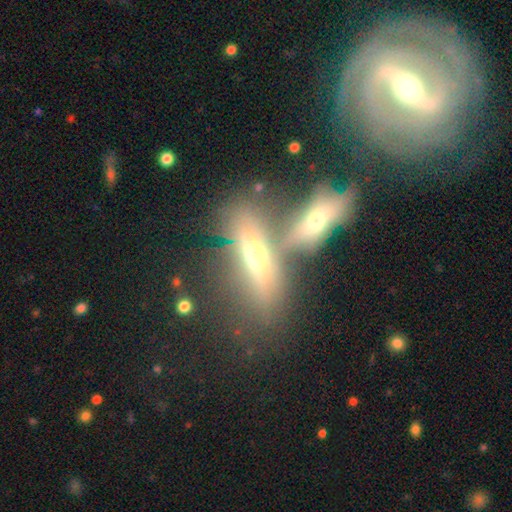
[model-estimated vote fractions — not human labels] smooth-or-featured: featured or disk: 58% | smooth: 32% | star or artifact: 10%
  disk-edge-on: yes: 78% | no: 22%
  merging: merger: 53% | none: 29% | minor disturbance: 9% | major disturbance: 9%